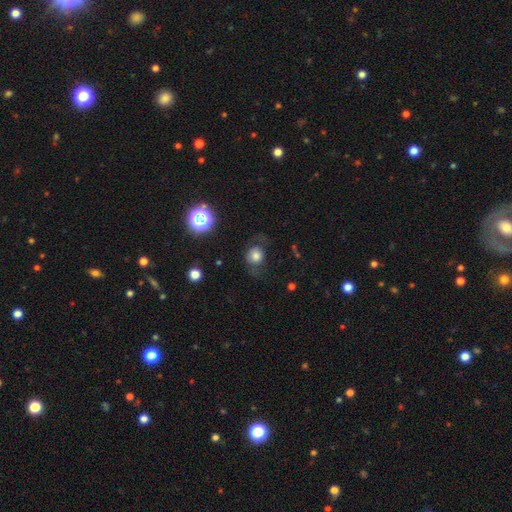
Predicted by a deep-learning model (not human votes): smooth-or-featured: smooth: 63% | featured or disk: 24% | star or artifact: 13%
  how-rounded: round: 74% | in between: 25% | cigar-shaped: 1%
  merging: none: 55% | major disturbance: 22% | minor disturbance: 21% | merger: 2%